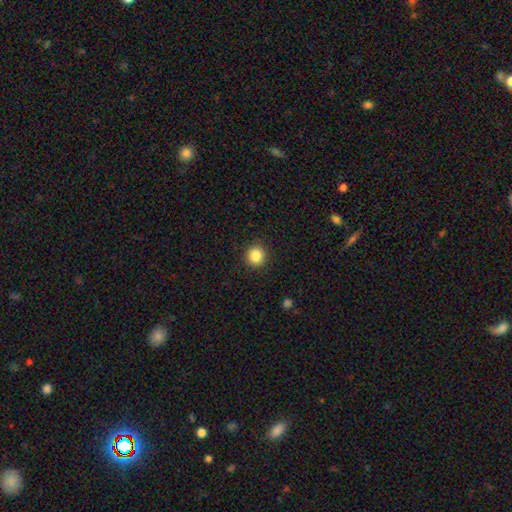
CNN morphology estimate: Q: Smooth or featured?
A: smooth (85%); runner-up: star or artifact (11%)
Q: How rounded?
A: round (92%); runner-up: in between (7%)
Q: Merging?
A: none (91%); runner-up: minor disturbance (6%)